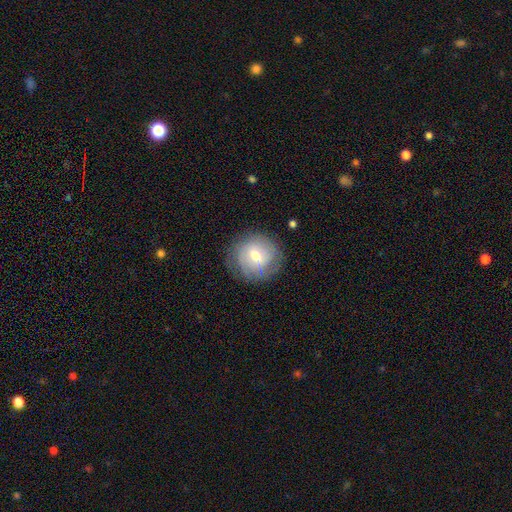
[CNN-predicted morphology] A smooth galaxy with no disk features (50%) that is round (90%). Merging: none (77%).